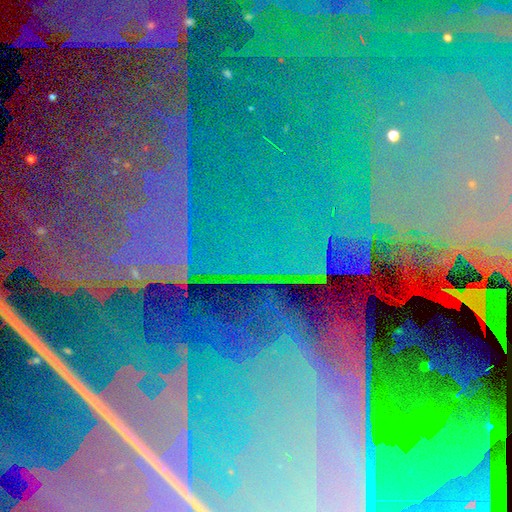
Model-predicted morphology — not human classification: Smooth or featured?
  - star or artifact: 85% *
  - featured or disk: 8%
  - smooth: 7%